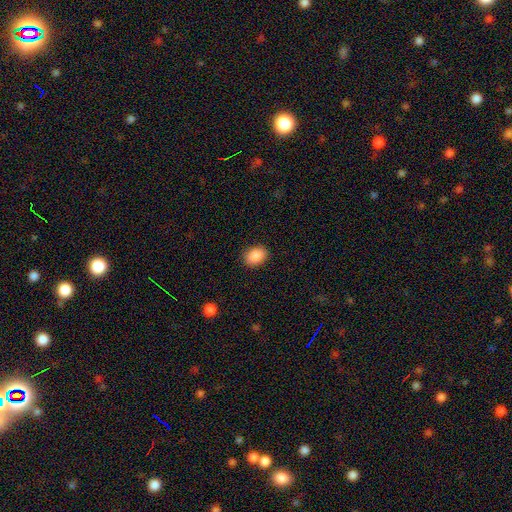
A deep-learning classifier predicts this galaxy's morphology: Smooth or featured? smooth (89%)
How rounded? in between (70%)
Merging? none (89%)